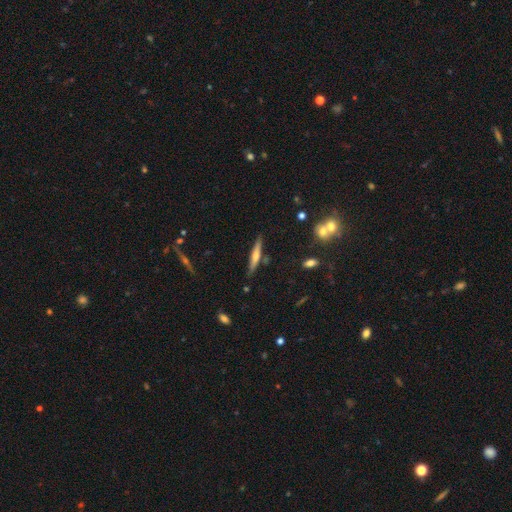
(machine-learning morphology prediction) The model was most divided on "smooth or featured": featured or disk: 51%, smooth: 42%, star or artifact: 7%. More confident: edge-on disk — yes (95%); merging — none (83%).